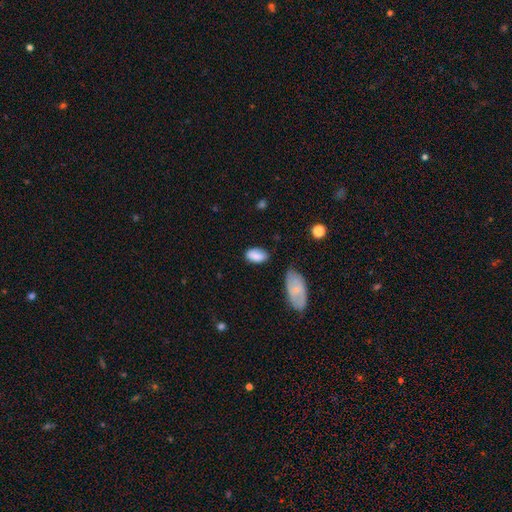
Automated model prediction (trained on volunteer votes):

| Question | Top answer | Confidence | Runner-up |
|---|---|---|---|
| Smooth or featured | smooth | 84% | featured or disk (9%) |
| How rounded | in between | 93% | round (4%) |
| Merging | none | 68% | minor disturbance (23%) |